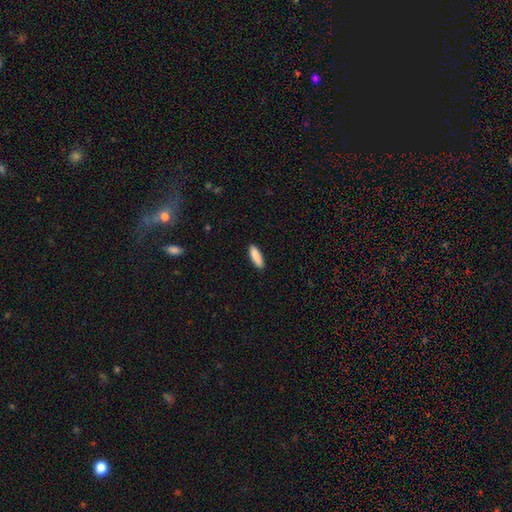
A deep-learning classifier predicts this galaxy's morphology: This is clearly a smooth galaxy (89%). How rounded: possibly cigar-shaped (50%). Merging: clearly none (89%).